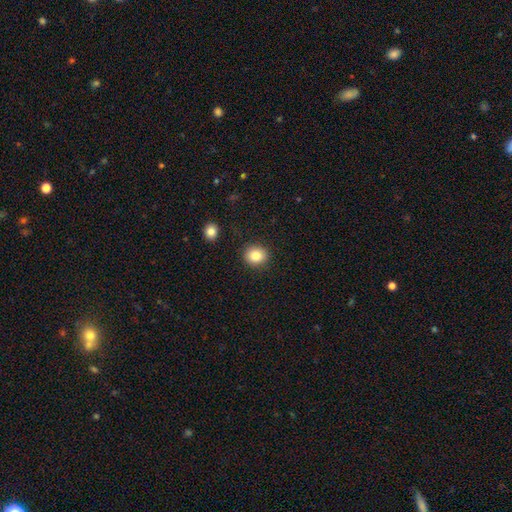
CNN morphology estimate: The model was most divided on "how rounded": round: 80%, in between: 19%, cigar-shaped: 1%. More confident: merging — none (89%); smooth or featured — smooth (85%).